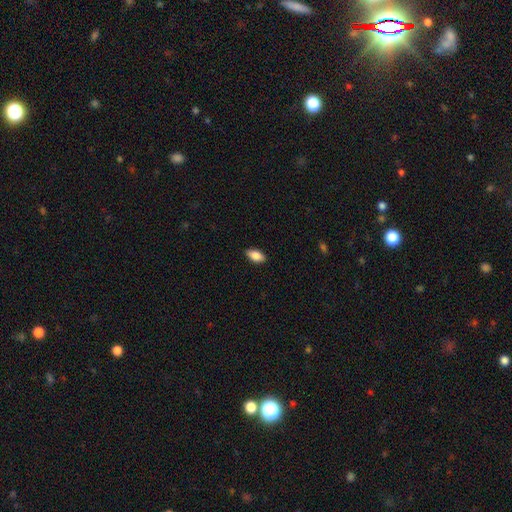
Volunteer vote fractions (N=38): smooth_or_featured: smooth (p=0.82) [alt: star or artifact p=0.11]
how_rounded: in between (p=0.87) [alt: cigar-shaped p=0.13]
merging: none (p=0.88) [alt: minor disturbance p=0.09]